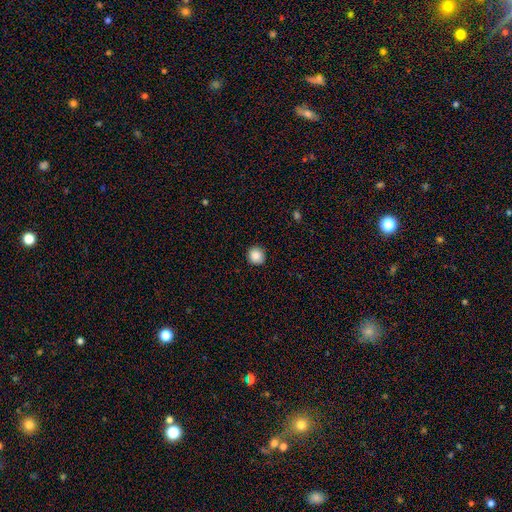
Morphology: type=smooth (95%); roundness=round (87%); merging=none (92%).